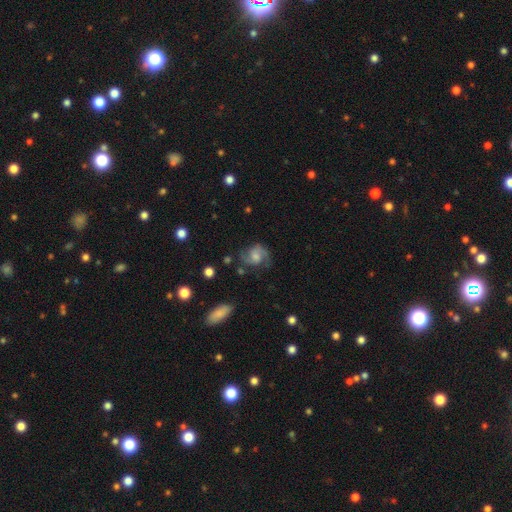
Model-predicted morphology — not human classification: Overall: featured or disk (76%). Edge-on disk: no (98%). Bar: no (56%; weak 38%). Spiral arms: yes (95%). Spiral arm count: 2 (86%). Spiral winding: medium (53%; loose 25%). Bulge size: moderate (44%; small 31%). Merging: none (71%).